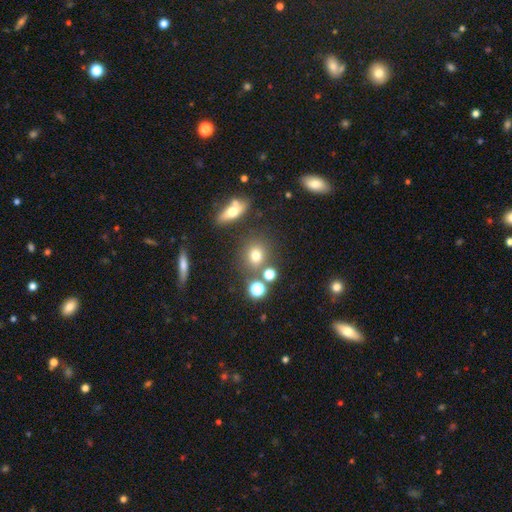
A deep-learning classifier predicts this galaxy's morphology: smooth_or_featured: smooth (p=0.71) [alt: star or artifact p=0.18]
how_rounded: round (p=0.77) [alt: in between p=0.21]
merging: none (p=0.71) [alt: merger p=0.14]